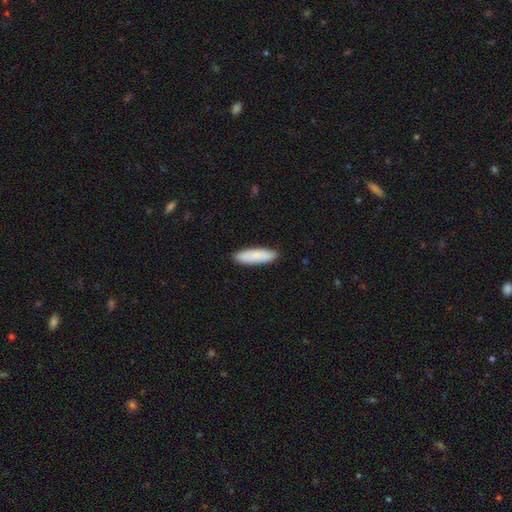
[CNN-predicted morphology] This is clearly a smooth galaxy (86%). How rounded: likely cigar-shaped (62%). Merging: clearly none (90%).